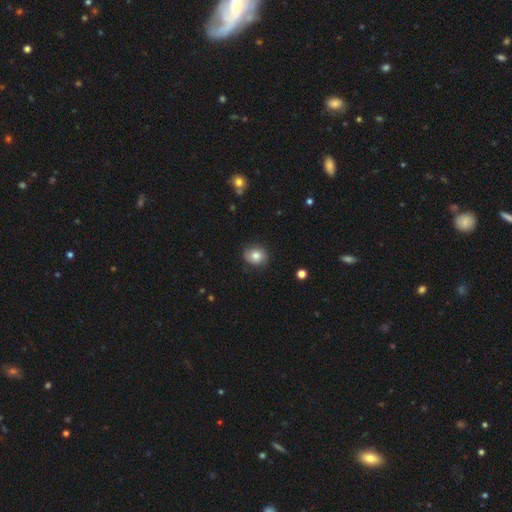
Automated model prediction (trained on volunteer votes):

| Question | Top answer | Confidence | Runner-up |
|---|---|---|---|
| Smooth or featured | smooth | 78% | featured or disk (13%) |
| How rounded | round | 65% | in between (34%) |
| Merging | none | 79% | minor disturbance (16%) |